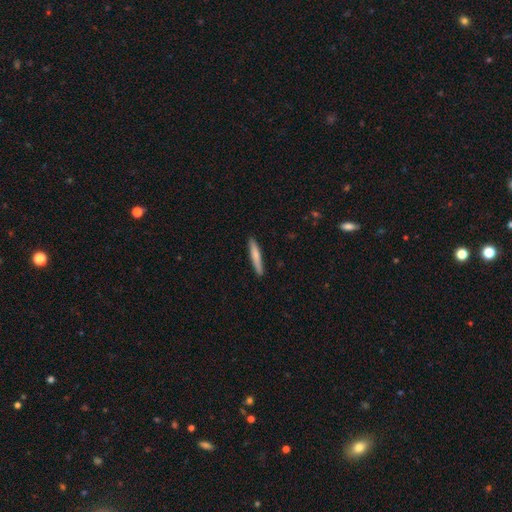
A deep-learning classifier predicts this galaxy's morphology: The model was most divided on "smooth or featured": smooth: 74%, featured or disk: 21%, star or artifact: 5%. More confident: how rounded — cigar-shaped (94%); merging — none (90%).